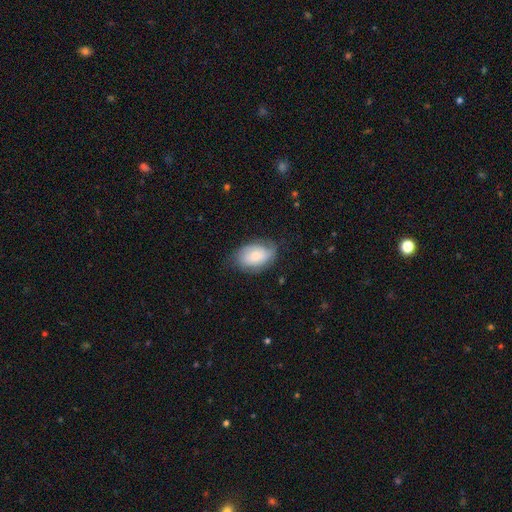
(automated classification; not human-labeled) Q: Smooth or featured?
A: smooth (56%); runner-up: featured or disk (36%)
Q: How rounded?
A: in between (89%); runner-up: round (9%)
Q: Merging?
A: none (63%); runner-up: minor disturbance (26%)